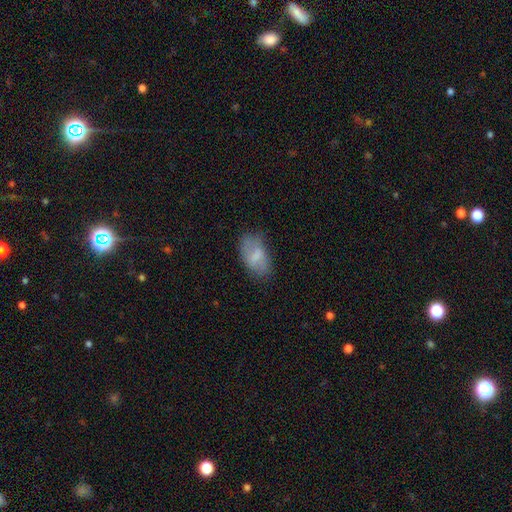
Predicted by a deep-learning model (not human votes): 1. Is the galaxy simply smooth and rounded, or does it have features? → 63% smooth, 30% featured or disk, 8% star or artifact.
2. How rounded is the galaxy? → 92% in between, 6% round, 3% cigar-shaped.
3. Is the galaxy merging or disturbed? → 64% none, 25% minor disturbance, 9% major disturbance, 2% merger.